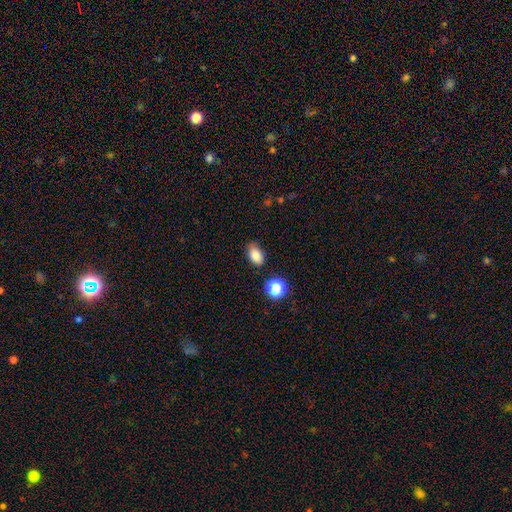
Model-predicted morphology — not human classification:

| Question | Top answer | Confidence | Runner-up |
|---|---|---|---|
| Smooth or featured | smooth | 83% | star or artifact (10%) |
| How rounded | in between | 86% | round (12%) |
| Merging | none | 73% | minor disturbance (20%) |